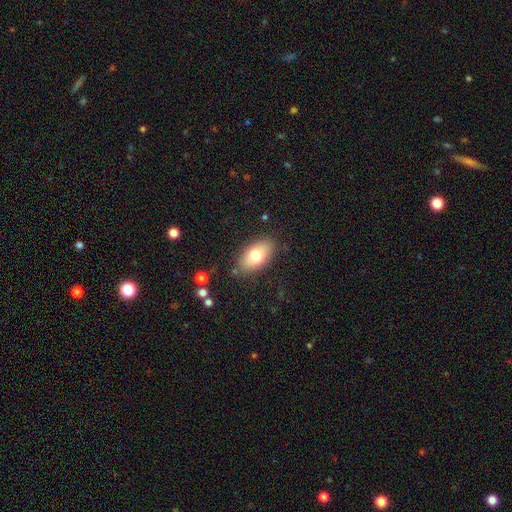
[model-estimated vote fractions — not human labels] Q: Smooth or featured?
A: smooth (75%); runner-up: featured or disk (18%)
Q: How rounded?
A: in between (92%); runner-up: round (5%)
Q: Merging?
A: none (83%); runner-up: minor disturbance (12%)